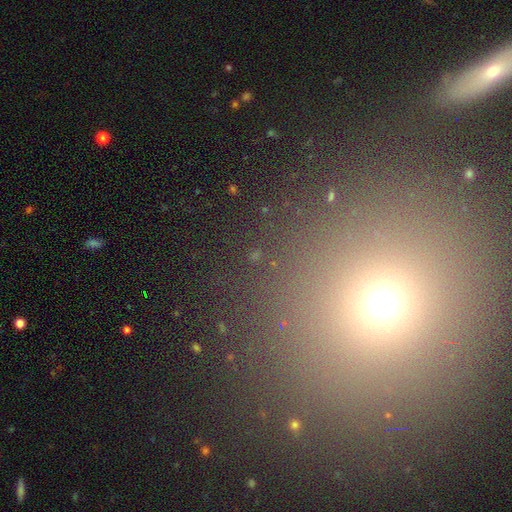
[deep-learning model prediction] This appears to be a star or artifact, not a galaxy (52%).